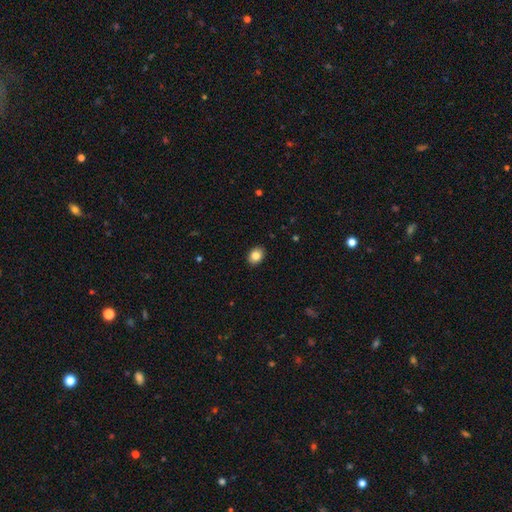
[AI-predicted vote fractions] A smooth galaxy with no disk features (84%) that is in between round and cigar-shaped (66%). Merging: none (90%).